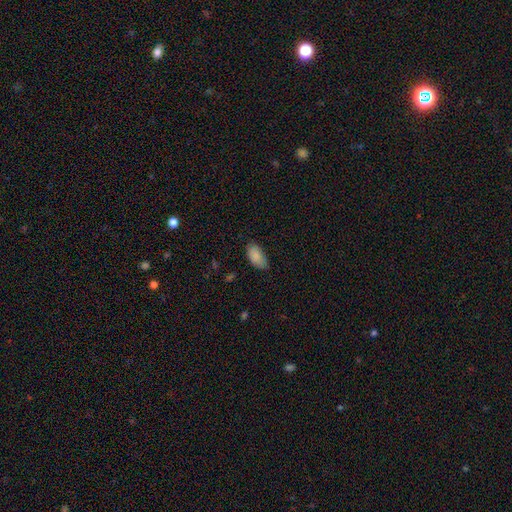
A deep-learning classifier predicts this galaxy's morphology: The model was most divided on "merging": none: 68%, minor disturbance: 26%, major disturbance: 5%, merger: 1%. More confident: how rounded — in between (94%); smooth or featured — smooth (87%).